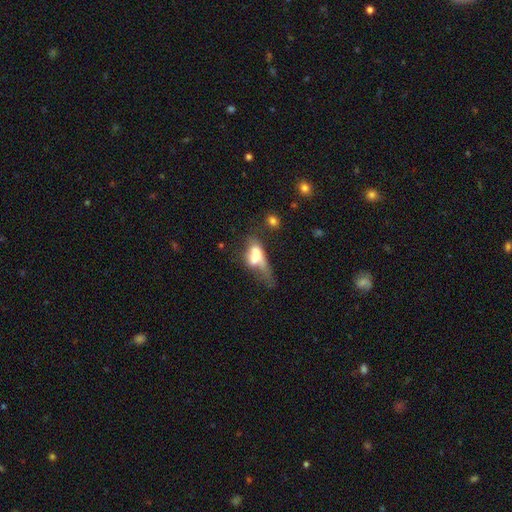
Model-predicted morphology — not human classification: Q: Smooth or featured?
A: smooth (57%); runner-up: featured or disk (33%)
Q: How rounded?
A: in between (74%); runner-up: cigar-shaped (19%)
Q: Merging?
A: major disturbance (45%); runner-up: merger (24%)